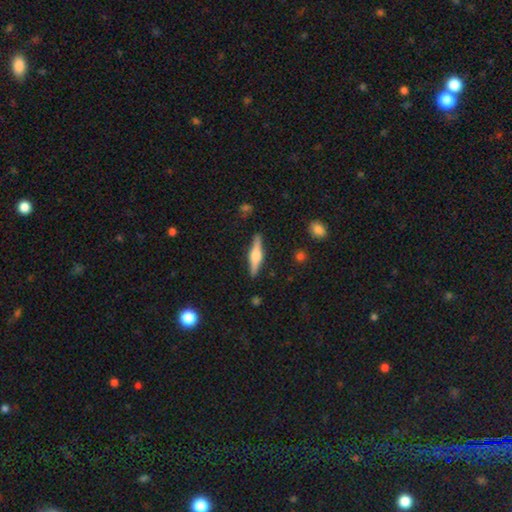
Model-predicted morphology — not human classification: Overall: featured or disk (68%). Edge-on disk: yes (97%). Edge-on bulge: rounded (91%). Merging: none (89%).